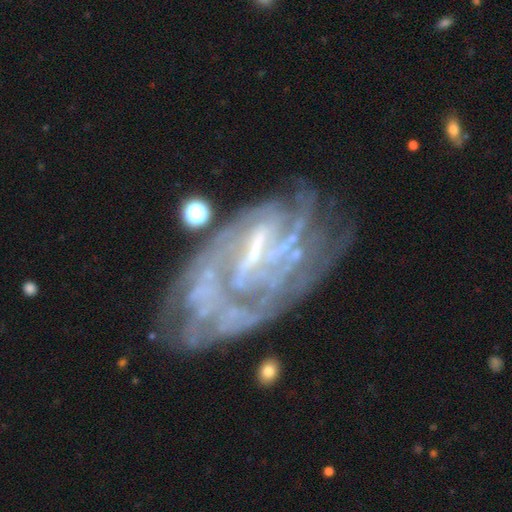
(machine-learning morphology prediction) type=featured or disk (83%); edge-on=no (95%); bar=weak (42%); spiral arms=yes (78%); winding=tight (59%); arm count=can't tell (54%); bulge=small (48%); merging=none (49%).